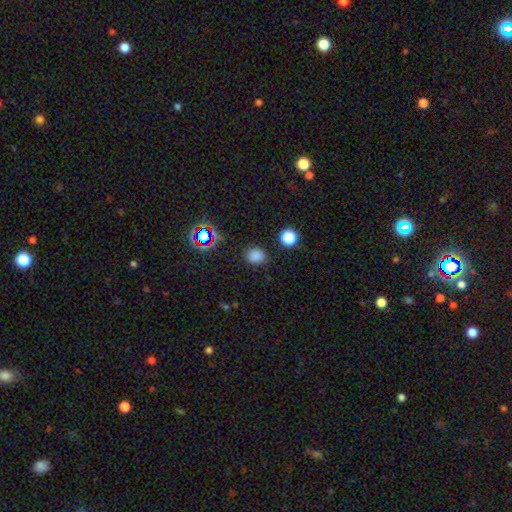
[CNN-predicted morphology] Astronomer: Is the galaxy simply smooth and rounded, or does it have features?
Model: smooth — 78%.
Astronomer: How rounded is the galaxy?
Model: round — 59% (runner-up: in between, 40%).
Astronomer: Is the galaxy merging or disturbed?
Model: none — 85%.